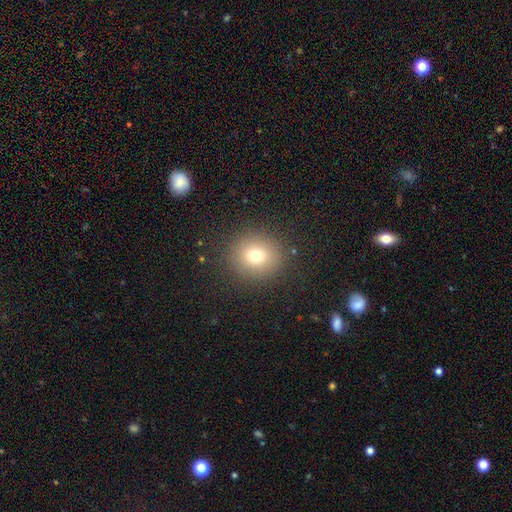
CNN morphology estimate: smooth-or-featured: smooth: 73% | star or artifact: 16% | featured or disk: 11%
  how-rounded: round: 87% | in between: 12% | cigar-shaped: 1%
  merging: none: 88% | minor disturbance: 7% | major disturbance: 4% | merger: 1%